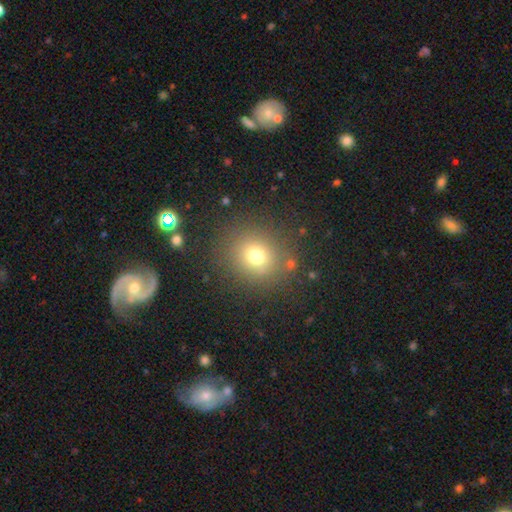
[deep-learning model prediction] Smooth or featured: smooth — 72% (star or artifact — 18%)
How rounded: round — 85% (in between — 14%)
Merging: none — 84% (minor disturbance — 9%)